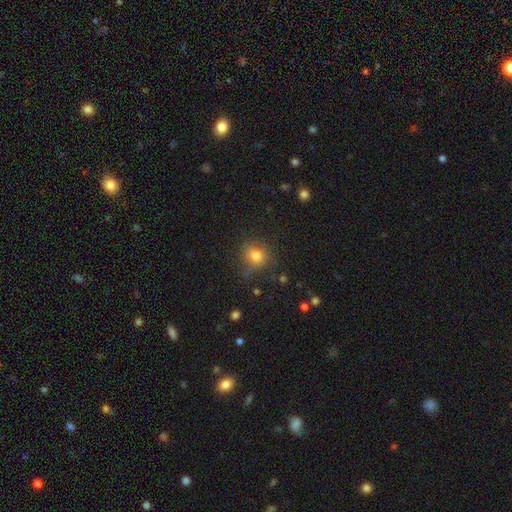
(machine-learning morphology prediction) Q: Smooth or featured?
A: smooth (77%); runner-up: star or artifact (14%)
Q: How rounded?
A: round (81%); runner-up: in between (18%)
Q: Merging?
A: none (73%); runner-up: minor disturbance (18%)